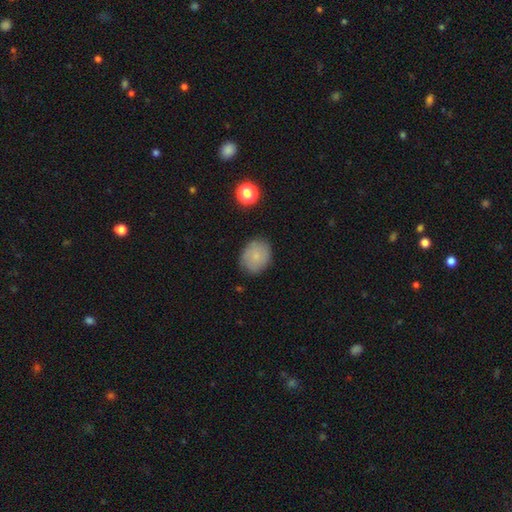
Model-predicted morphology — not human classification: Smooth or featured?
  - smooth: 79% *
  - featured or disk: 12%
  - star or artifact: 8%
How rounded?
  - round: 58% *
  - in between: 41%
  - cigar-shaped: 1%
Merging?
  - none: 81% *
  - minor disturbance: 14%
  - major disturbance: 3%
  - merger: 1%